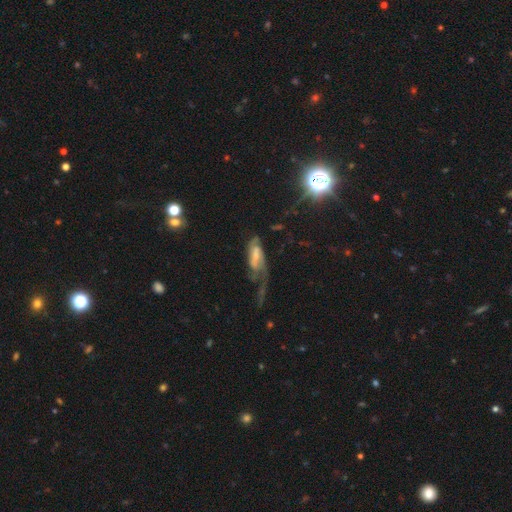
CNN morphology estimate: Smooth or featured?
  - featured or disk: 59% *
  - smooth: 32%
  - star or artifact: 9%
Edge-on disk?
  - no: 88% *
  - yes: 12%
Bar?
  - weak: 39% *
  - no: 35%
  - strong: 26%
Spiral arms?
  - yes: 79% *
  - no: 21%
Bulge size?
  - small: 30% *
  - moderate: 29%
  - none: 24%
  - large: 13%
  - dominant: 3%
Merging?
  - major disturbance: 54% *
  - none: 23%
  - minor disturbance: 17%
  - merger: 6%